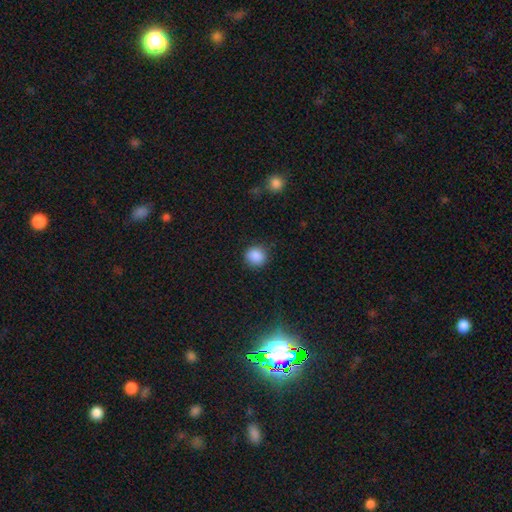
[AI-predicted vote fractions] smooth 88%, star or artifact 9%, featured or disk 3%. Down the decision tree: how rounded — round (88%); merging — none (88%).